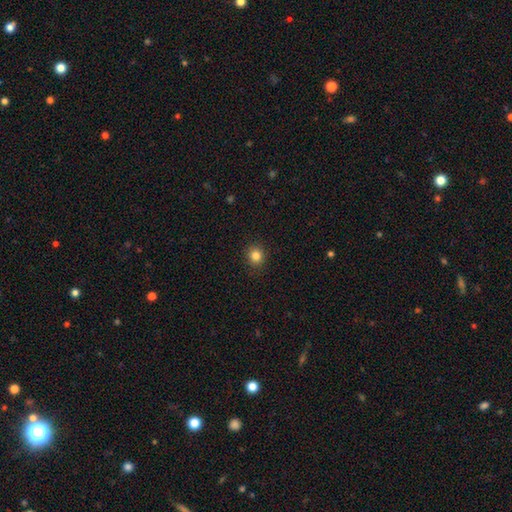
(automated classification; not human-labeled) This appears to be a smooth galaxy with no disk features (84%) that is round (82%). Merging: none (90%).